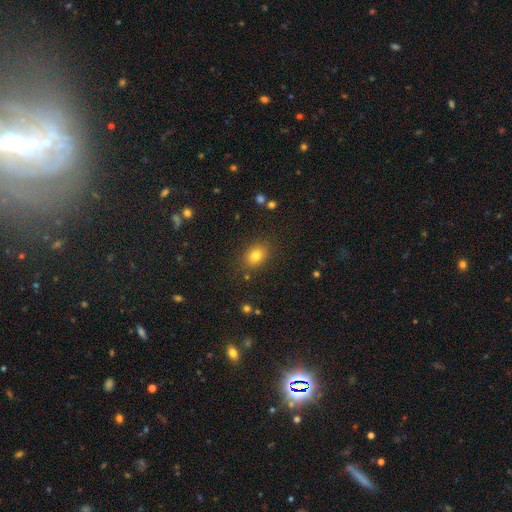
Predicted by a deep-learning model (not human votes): Smooth or featured: smooth — 79% (star or artifact — 12%)
How rounded: in between — 68% (round — 31%)
Merging: none — 84% (minor disturbance — 11%)